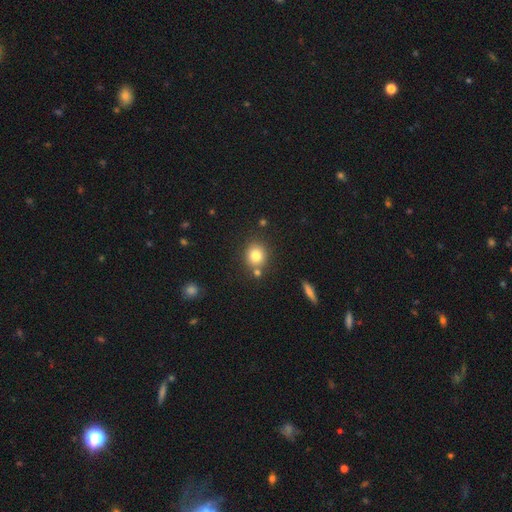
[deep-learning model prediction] The model was most divided on "merging": none: 75%, merger: 12%, minor disturbance: 10%, major disturbance: 3%. More confident: how rounded — round (81%); smooth or featured — smooth (80%).